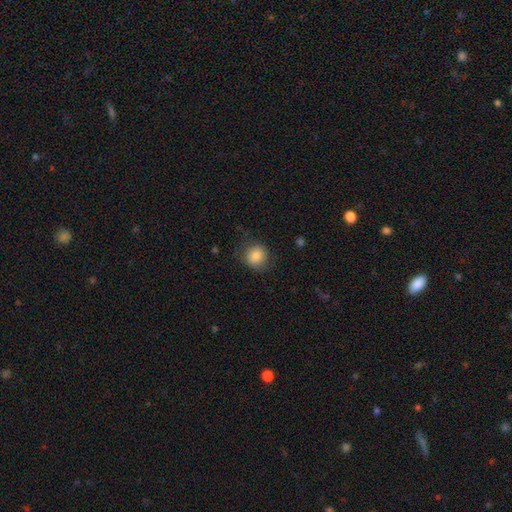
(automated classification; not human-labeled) smooth_or_featured: smooth (p=0.83) [alt: star or artifact p=0.09]
how_rounded: round (p=0.86) [alt: in between p=0.13]
merging: none (p=0.78) [alt: minor disturbance p=0.15]